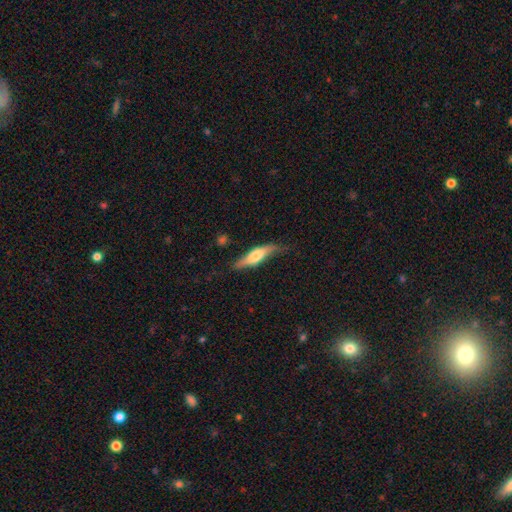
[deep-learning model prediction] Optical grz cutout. It shows a smooth galaxy with no disk features (53%) that is cigar-shaped (65%). Merging: none (58%).